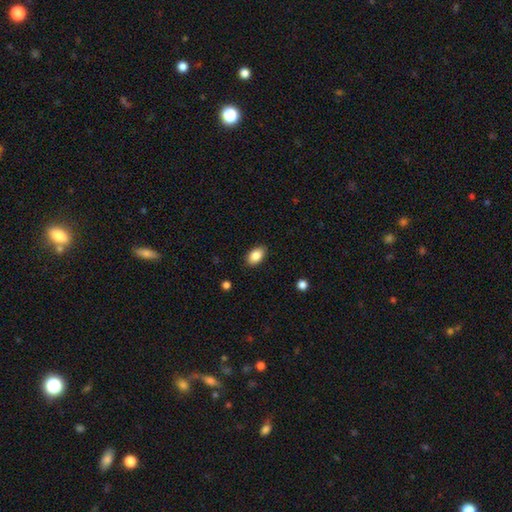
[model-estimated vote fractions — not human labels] Smooth or featured? smooth (86%)
How rounded? in between (90%)
Merging? none (87%)